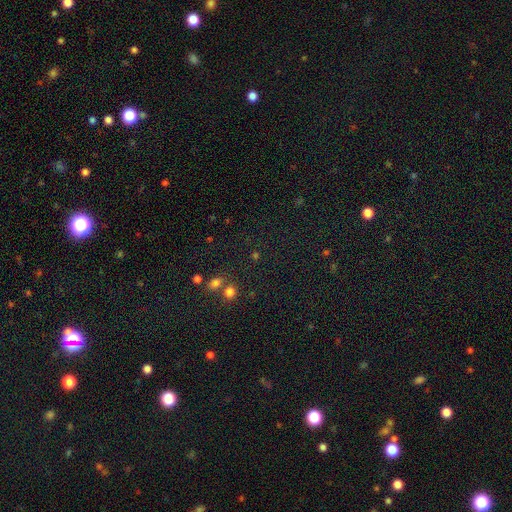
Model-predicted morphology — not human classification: smooth_or_featured: star or artifact (p=0.51) [alt: smooth p=0.40]